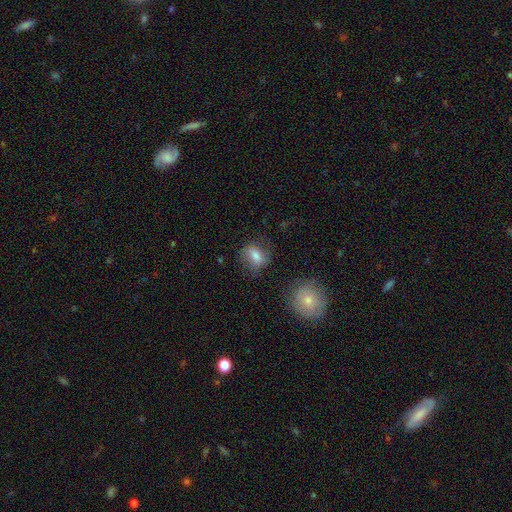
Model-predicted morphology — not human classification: A smooth galaxy with no disk features (70%) that is in between round and cigar-shaped (55%).

Vote fractions:
- Smooth or featured? smooth: 70% / featured or disk: 19% / star or artifact: 11%
- How rounded? in between: 55% / round: 42% / cigar-shaped: 3%
- Merging? none: 66% / minor disturbance: 21% / major disturbance: 10% / merger: 3%